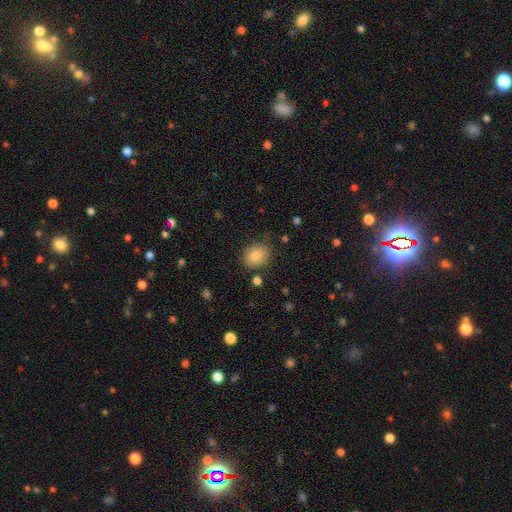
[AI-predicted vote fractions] The model was most divided on "how rounded": round: 65%, in between: 34%, cigar-shaped: 1%. More confident: merging — none (83%); smooth or featured — smooth (83%).